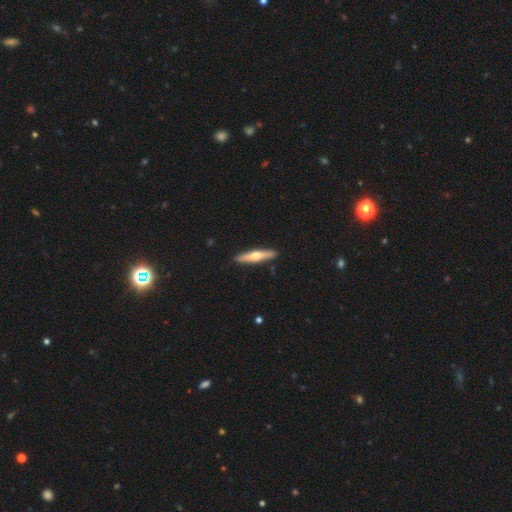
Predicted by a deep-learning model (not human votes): smooth_or_featured: featured or disk (p=0.58) [alt: smooth p=0.37]
disk_edge_on: yes (p=0.96) [alt: no p=0.04]
edge_on_bulge: rounded (p=0.93) [alt: none p=0.04]
merging: none (p=0.91) [alt: minor disturbance p=0.06]